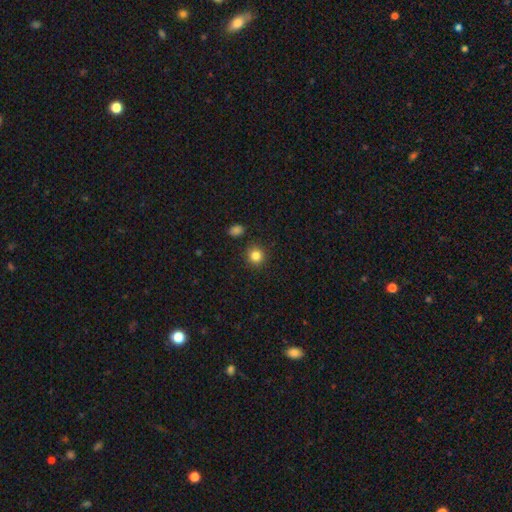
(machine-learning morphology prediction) smooth 84%, star or artifact 11%, featured or disk 5%. Down the decision tree: how rounded — round (92%); merging — none (90%).